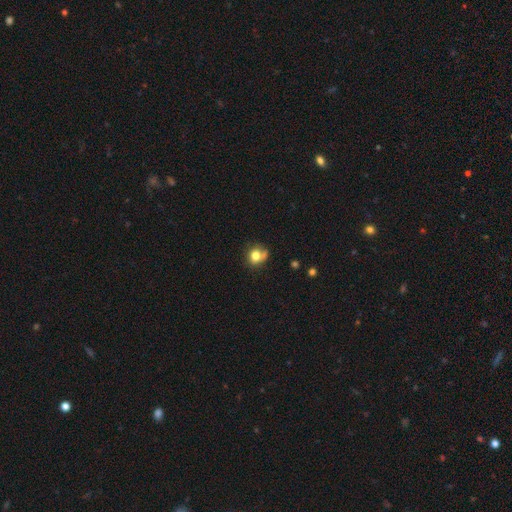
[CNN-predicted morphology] Smooth or featured? Predicted: smooth (p=0.77). How rounded? Predicted: round (p=0.75). Merging? Predicted: none (p=0.53).